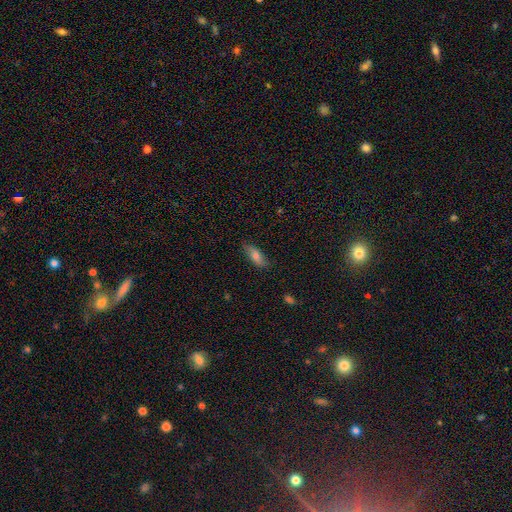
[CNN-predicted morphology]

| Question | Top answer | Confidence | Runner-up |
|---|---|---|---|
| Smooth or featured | smooth | 76% | featured or disk (17%) |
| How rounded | in between | 71% | cigar-shaped (27%) |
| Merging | none | 80% | minor disturbance (16%) |